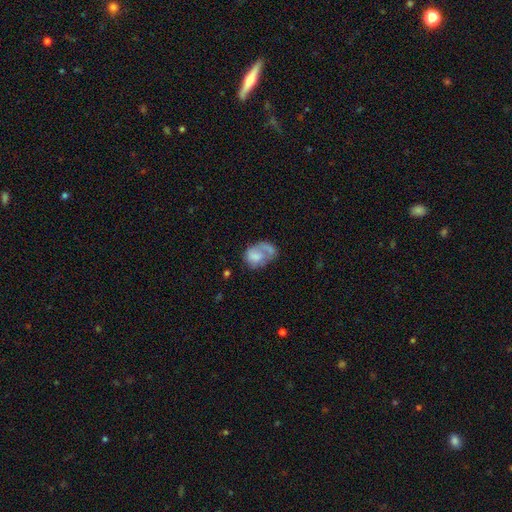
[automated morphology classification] smooth_or_featured: smooth (p=0.56) [alt: featured or disk p=0.36]
how_rounded: in between (p=0.70) [alt: round p=0.29]
merging: major disturbance (p=0.34) [alt: none p=0.29]